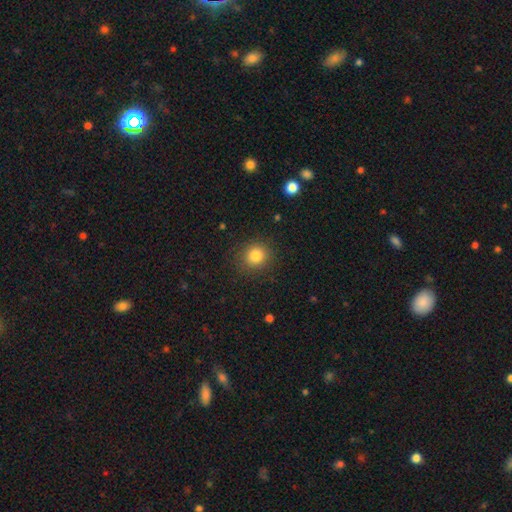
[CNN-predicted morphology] type=smooth (83%); roundness=round (86%); merging=none (88%).